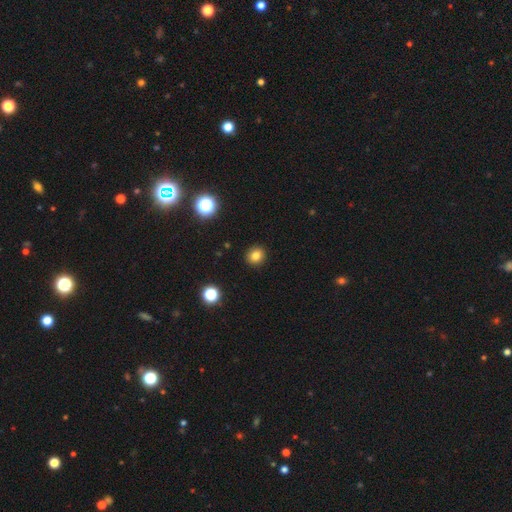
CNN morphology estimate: Smooth or featured? smooth (81%)
How rounded? round (83%)
Merging? none (92%)